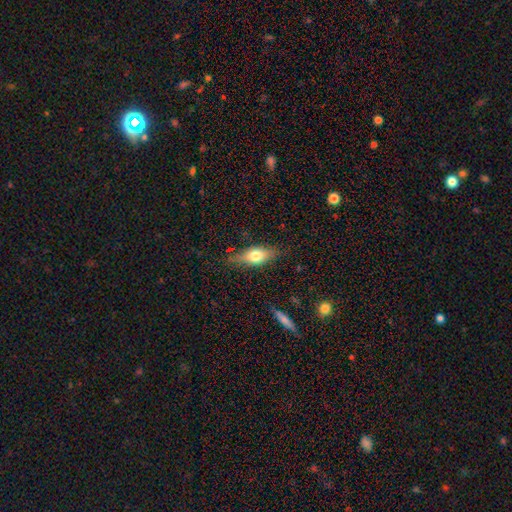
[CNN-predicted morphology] The model was most divided on "smooth or featured": smooth: 61%, featured or disk: 31%, star or artifact: 8%. More confident: merging — none (75%); how rounded — in between (72%).